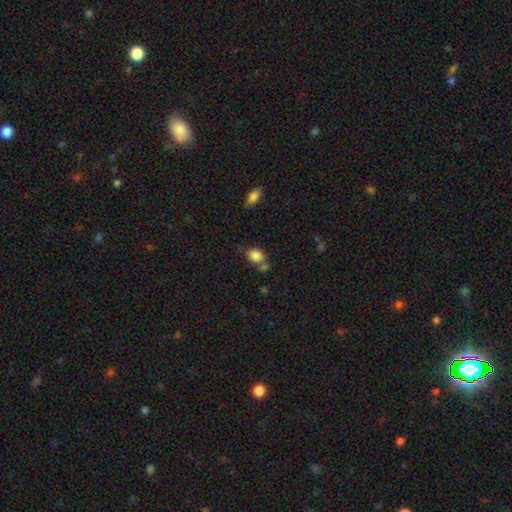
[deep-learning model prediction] A smooth galaxy with no disk features (84%) that is in between round and cigar-shaped (52%).

Vote fractions:
- Smooth or featured? smooth: 84% / star or artifact: 9% / featured or disk: 6%
- How rounded? in between: 52% / round: 47% / cigar-shaped: 1%
- Merging? none: 56% / merger: 23% / minor disturbance: 16% / major disturbance: 5%